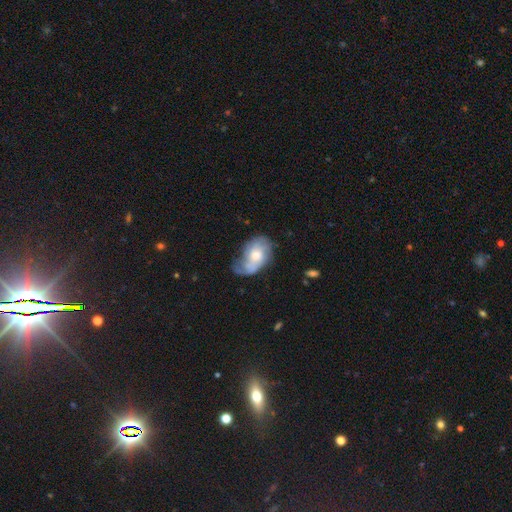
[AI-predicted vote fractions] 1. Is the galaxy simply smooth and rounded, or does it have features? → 56% featured or disk, 37% smooth, 7% star or artifact.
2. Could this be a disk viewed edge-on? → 95% no, 5% yes.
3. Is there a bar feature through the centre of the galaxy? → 73% no, 24% weak, 4% strong.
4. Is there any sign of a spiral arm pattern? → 75% yes, 25% no.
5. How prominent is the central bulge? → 62% moderate, 19% small, 14% large, 3% none, 2% dominant.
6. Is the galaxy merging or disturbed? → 44% none, 32% minor disturbance, 22% major disturbance, 3% merger.